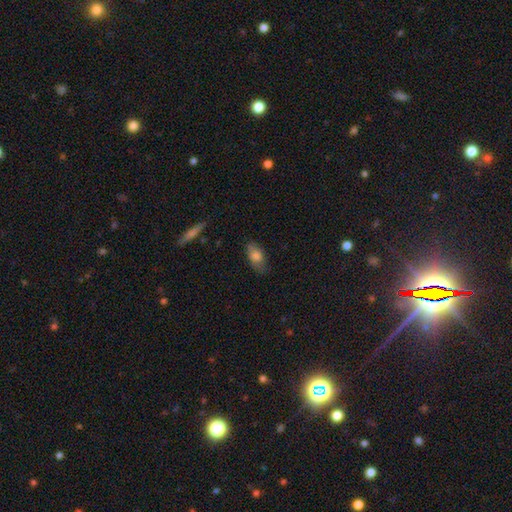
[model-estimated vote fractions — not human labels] Overall: smooth (79%). How rounded: in between (87%). Merging: none (69%).